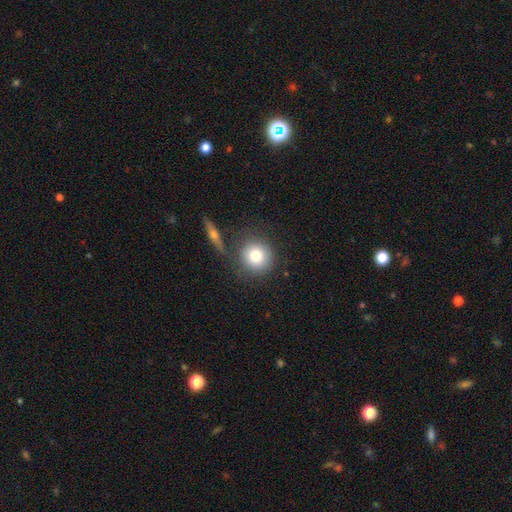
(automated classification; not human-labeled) This appears to be a smooth galaxy with no disk features (81%) that is round (89%). Merging: none (74%).